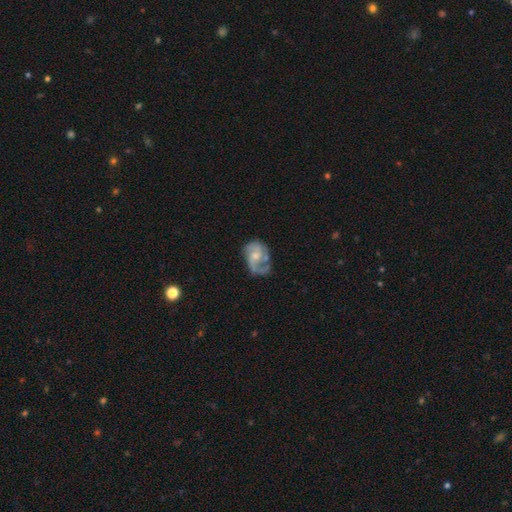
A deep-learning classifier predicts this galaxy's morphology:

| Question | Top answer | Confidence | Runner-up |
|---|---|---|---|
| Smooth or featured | featured or disk | 76% | smooth (18%) |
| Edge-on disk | no | 98% | yes (2%) |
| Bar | no | 63% | weak (32%) |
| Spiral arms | yes | 90% | no (10%) |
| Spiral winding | medium | 46% | loose (34%) |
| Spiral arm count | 2 | 57% | 1 (17%) |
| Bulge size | moderate | 46% | small (42%) |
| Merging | none | 45% | major disturbance (26%) |